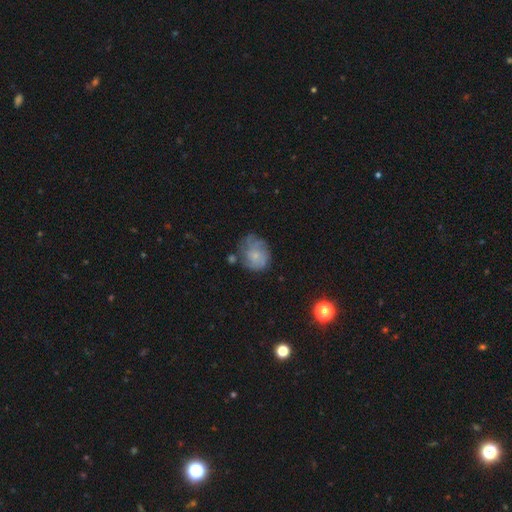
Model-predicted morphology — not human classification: A featured or disk galaxy (49%). Merging: none (54%).